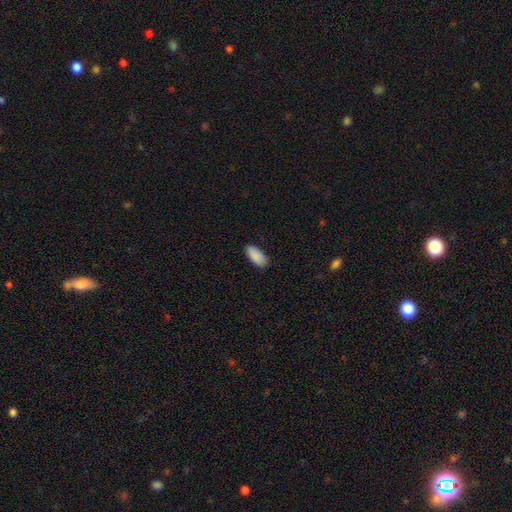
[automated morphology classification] This is clearly a smooth galaxy (90%). How rounded: clearly in between (91%). Merging: clearly none (87%).